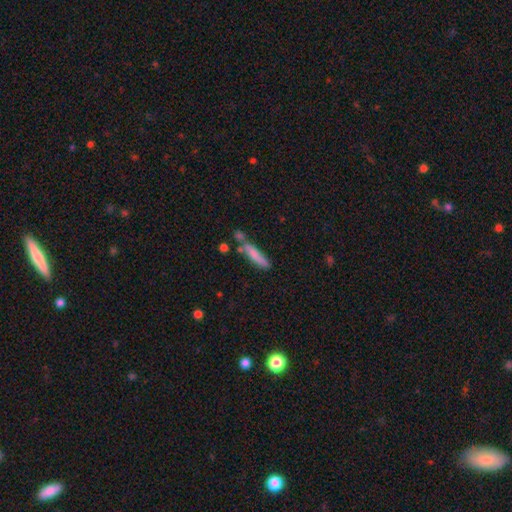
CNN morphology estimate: Overall: smooth (76%). How rounded: cigar-shaped (85%). Merging: none (61%).